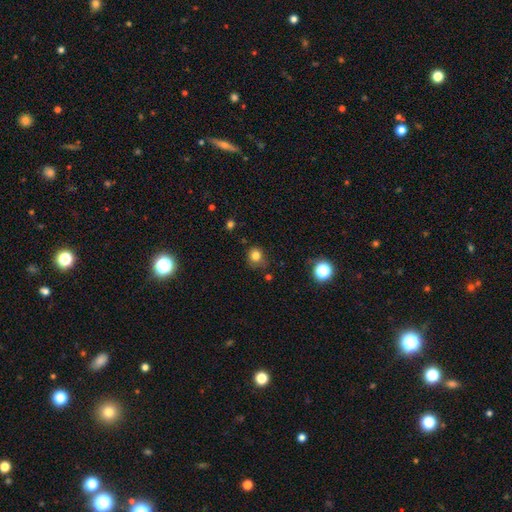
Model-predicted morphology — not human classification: Smooth or featured: smooth — 79% (star or artifact — 14%)
How rounded: round — 79% (in between — 20%)
Merging: none — 68% (minor disturbance — 23%)